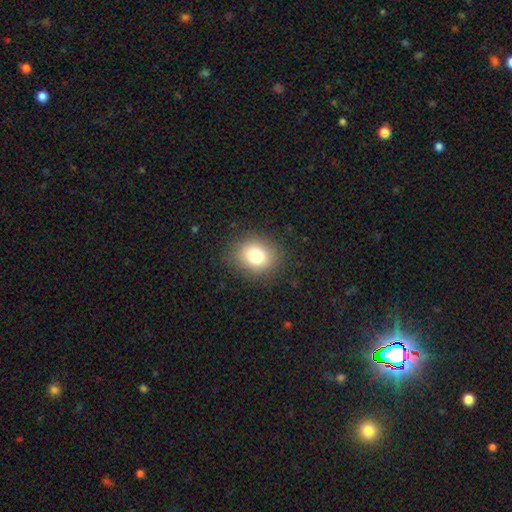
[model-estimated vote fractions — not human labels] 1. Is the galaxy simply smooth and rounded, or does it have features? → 80% smooth, 11% star or artifact, 9% featured or disk.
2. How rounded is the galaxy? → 67% round, 32% in between, 1% cigar-shaped.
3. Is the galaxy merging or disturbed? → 87% none, 9% minor disturbance, 3% major disturbance, 1% merger.